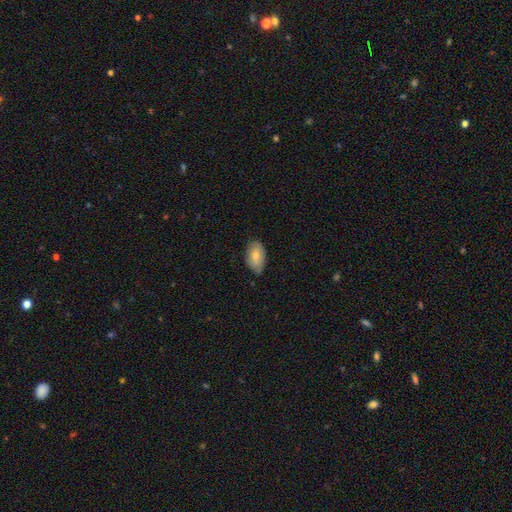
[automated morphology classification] The model was most divided on "merging": none: 73%, minor disturbance: 23%, major disturbance: 3%, merger: 1%. More confident: how rounded — in between (92%); smooth or featured — smooth (73%).